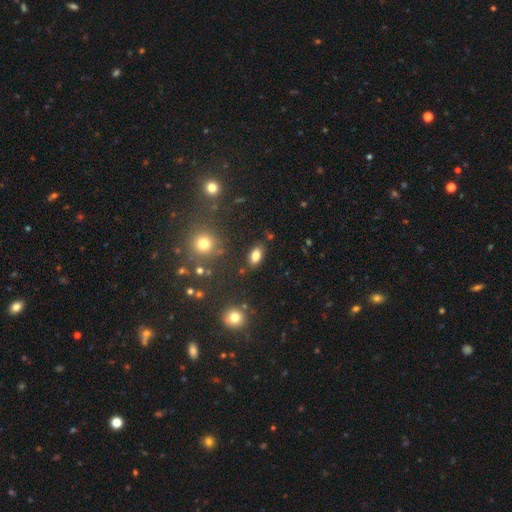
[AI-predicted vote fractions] Q: Smooth or featured?
A: smooth (81%); runner-up: star or artifact (10%)
Q: How rounded?
A: in between (89%); runner-up: round (8%)
Q: Merging?
A: none (84%); runner-up: minor disturbance (10%)